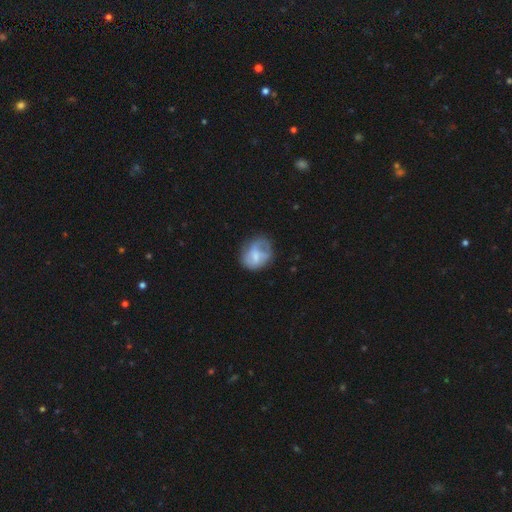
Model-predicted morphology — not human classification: Overall: smooth (55%; featured or disk 37%). How rounded: round (55%; in between 44%). Merging: none (44%; minor disturbance 30%).